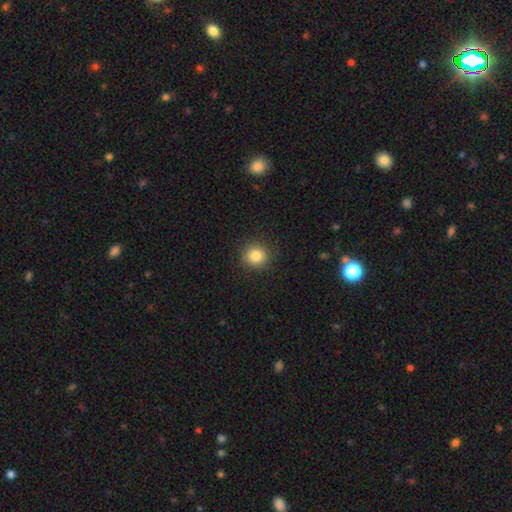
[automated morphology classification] smooth_or_featured: smooth (p=0.84) [alt: star or artifact p=0.11]
how_rounded: round (p=0.91) [alt: in between p=0.08]
merging: none (p=0.90) [alt: minor disturbance p=0.07]